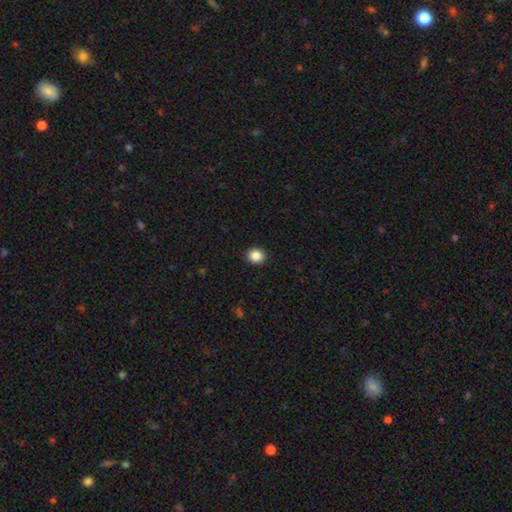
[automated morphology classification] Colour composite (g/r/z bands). It shows a smooth galaxy with no disk features (87%) that is round (81%). Merging: none (92%).